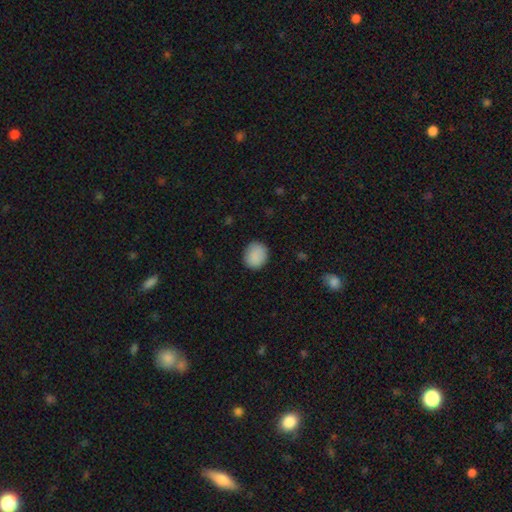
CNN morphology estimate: This appears to be a smooth galaxy with no disk features (89%) that is round (74%). Merging: none (87%).